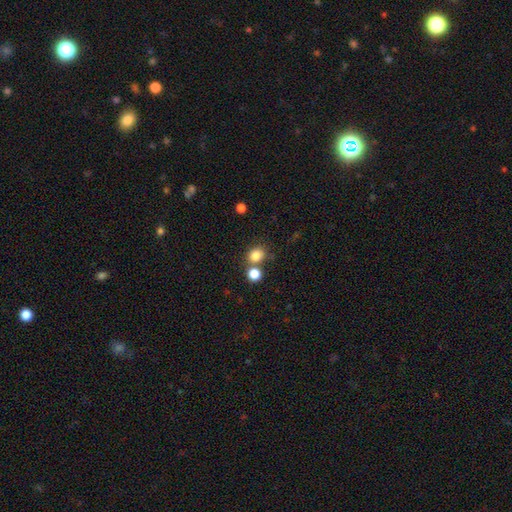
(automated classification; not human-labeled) Smooth or featured: smooth — 82% (star or artifact — 13%)
How rounded: round — 72% (in between — 27%)
Merging: none — 65% (merger — 22%)